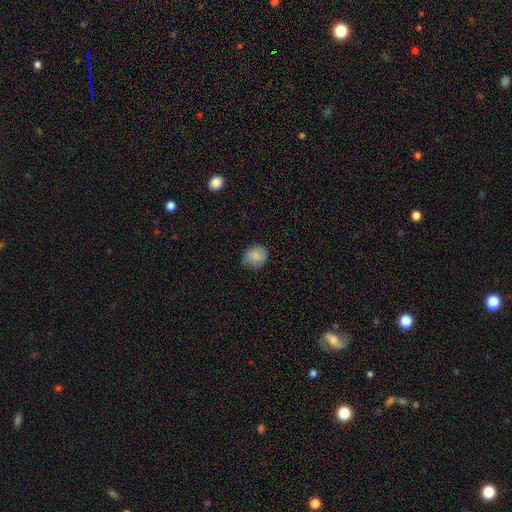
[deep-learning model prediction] Q: Smooth or featured?
A: smooth (83%); runner-up: featured or disk (9%)
Q: How rounded?
A: round (74%); runner-up: in between (25%)
Q: Merging?
A: none (72%); runner-up: minor disturbance (22%)